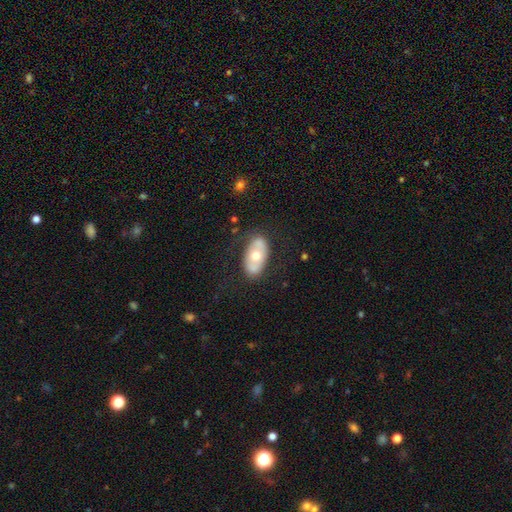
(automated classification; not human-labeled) The model was most divided on "smooth or featured": smooth: 51%, featured or disk: 44%, star or artifact: 6%. More confident: how rounded — in between (91%); merging — none (79%).